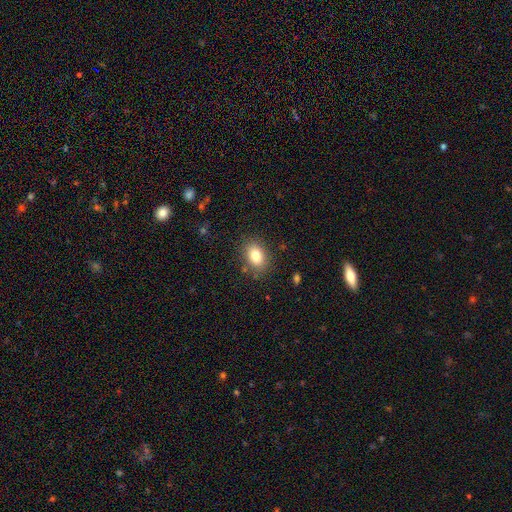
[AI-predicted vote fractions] This appears to be a smooth galaxy with no disk features (81%) that is in between round and cigar-shaped (73%). Merging: none (84%).